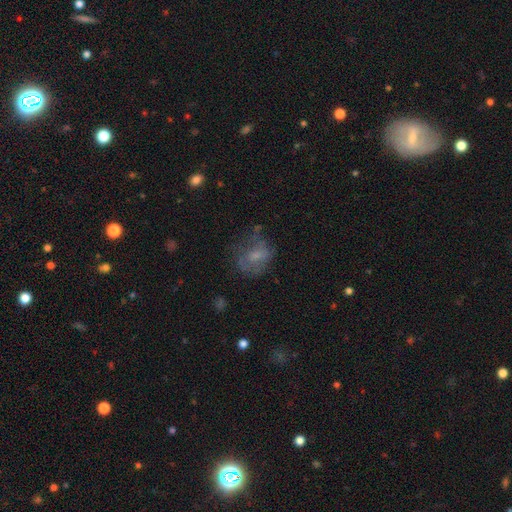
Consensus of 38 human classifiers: smooth-or-featured: featured or disk: 50% | smooth: 47% | star or artifact: 3%
  disk-edge-on: no: 95% | yes: 5%
    bar: no: 78% | weak: 22% | strong: 0%
    has-spiral-arms: no: 56% | yes: 44%
    bulge-size: small: 39% (tied) | none: 39% (tied) | moderate: 17% | large: 6% | dominant: 0%
  merging: none: 49% | major disturbance: 27% | minor disturbance: 22% | merger: 3%